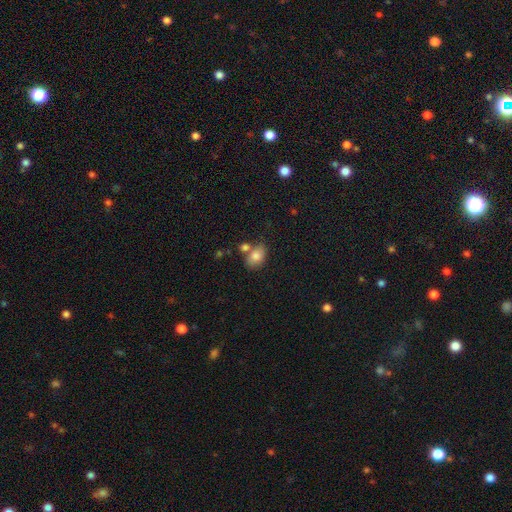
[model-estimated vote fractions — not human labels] A smooth galaxy with no disk features (81%) that is in between round and cigar-shaped (77%).

Vote fractions:
- Smooth or featured? smooth: 81% / featured or disk: 10% / star or artifact: 8%
- How rounded? in between: 77% / round: 22% / cigar-shaped: 1%
- Merging? none: 52% / merger: 27% / minor disturbance: 16% / major disturbance: 5%